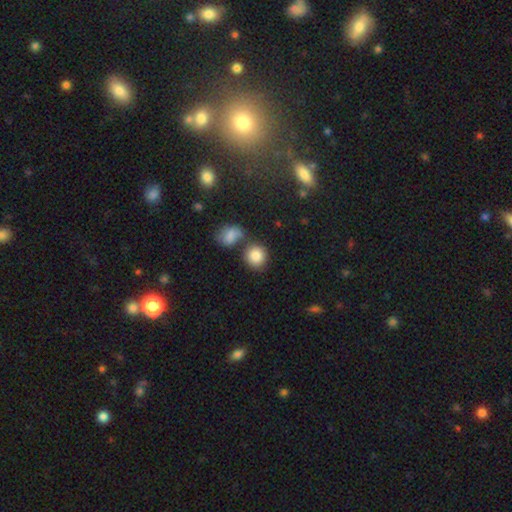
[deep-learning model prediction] smooth 84%, star or artifact 9%, featured or disk 7%. Down the decision tree: how rounded — round (84%); merging — none (65%).